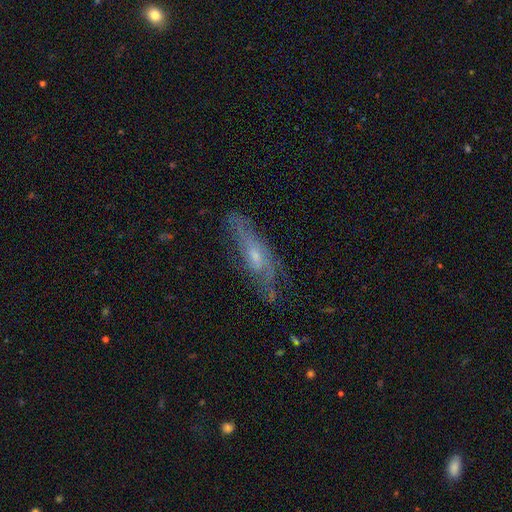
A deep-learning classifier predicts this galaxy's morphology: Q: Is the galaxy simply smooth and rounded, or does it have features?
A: featured or disk — 65%.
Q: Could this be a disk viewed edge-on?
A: no — 63%.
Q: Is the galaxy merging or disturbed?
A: none — 63%.